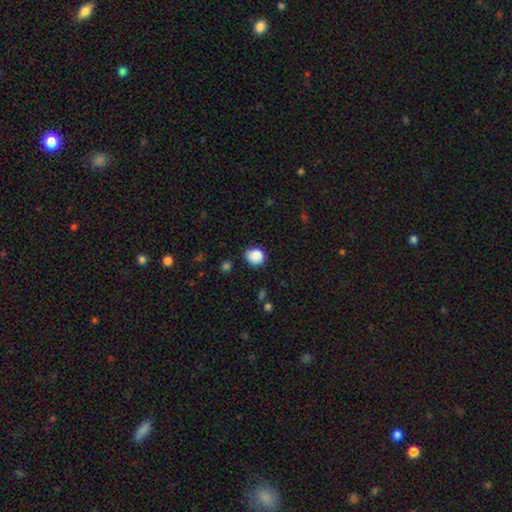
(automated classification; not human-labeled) This appears to be a smooth galaxy with no disk features (88%) that is round (73%). Merging: none (78%).